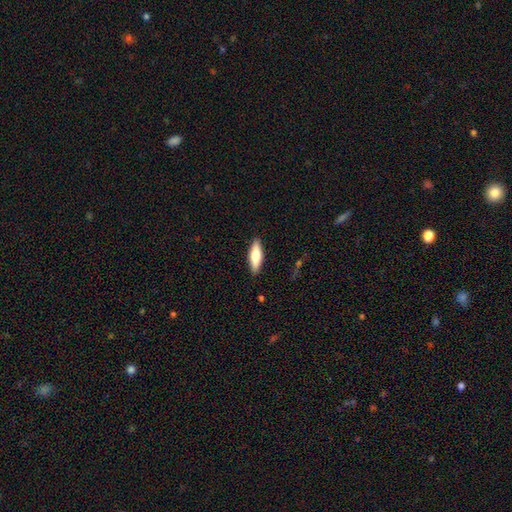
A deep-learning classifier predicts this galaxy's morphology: smooth 69%, featured or disk 25%, star or artifact 6%. Down the decision tree: how rounded — cigar-shaped (50%); merging — none (89%).